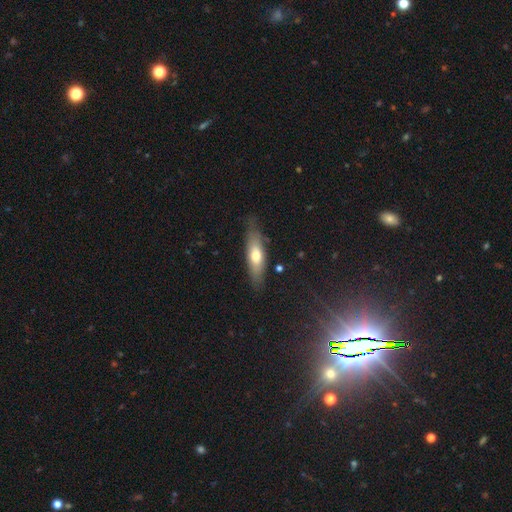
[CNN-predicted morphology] Smooth or featured?
  - smooth: 60% *
  - featured or disk: 33%
  - star or artifact: 6%
How rounded?
  - in between: 49% *
  - cigar-shaped: 48%
  - round: 2%
Merging?
  - none: 76% *
  - minor disturbance: 18%
  - major disturbance: 4%
  - merger: 2%